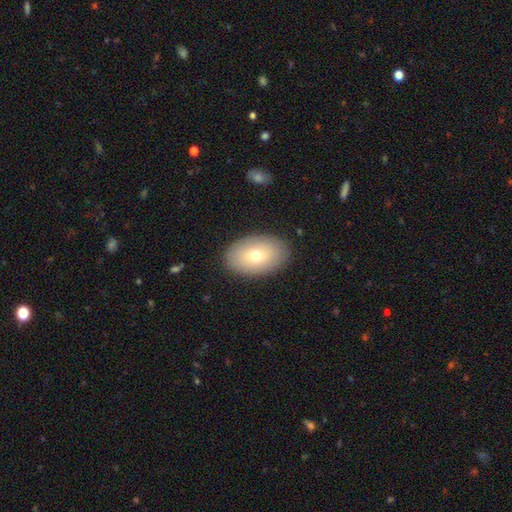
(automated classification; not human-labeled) smooth 71%, featured or disk 22%, star or artifact 8%. Down the decision tree: how rounded — in between (90%); merging — none (87%).